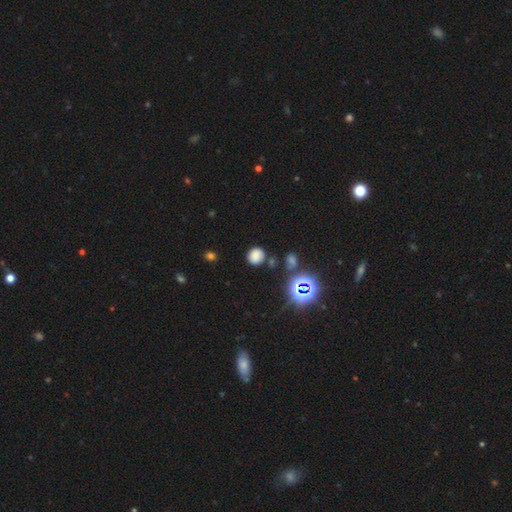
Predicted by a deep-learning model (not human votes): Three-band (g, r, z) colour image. It shows a smooth galaxy with no disk features (73%) that is round (82%). Merging: none (80%).